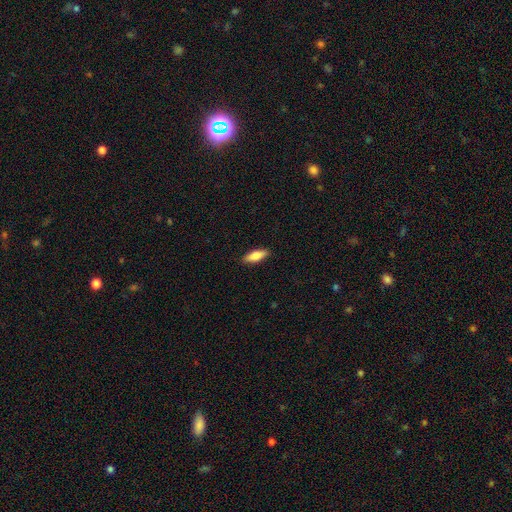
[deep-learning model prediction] A smooth galaxy with no disk features (79%) that is in between round and cigar-shaped (63%). Merging: none (89%).